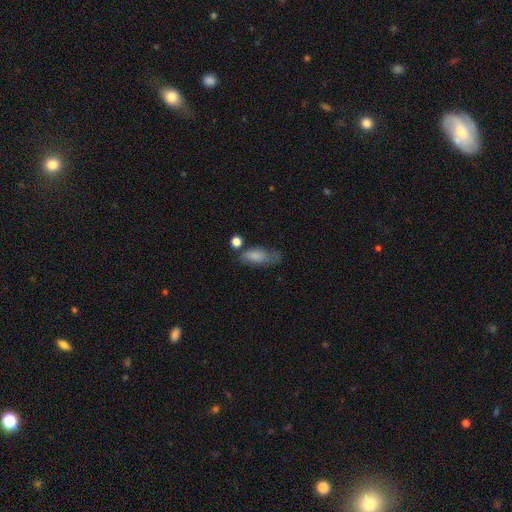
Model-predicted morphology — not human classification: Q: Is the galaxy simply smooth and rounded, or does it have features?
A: smooth — 80%.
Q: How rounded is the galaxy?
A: in between — 77%.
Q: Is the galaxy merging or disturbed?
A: none — 45%.